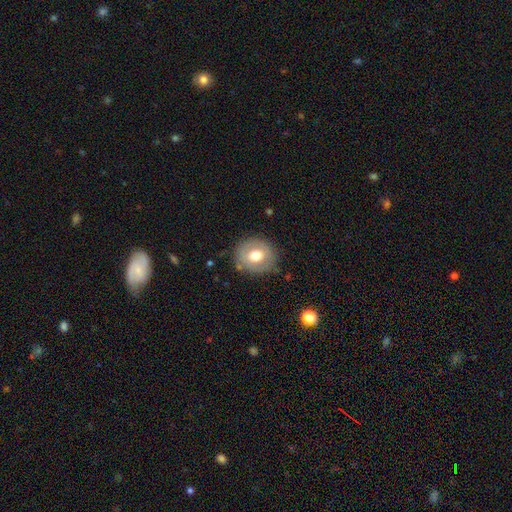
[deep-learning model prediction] Smooth or featured? smooth (62%)
How rounded? round (77%)
Merging? none (81%)